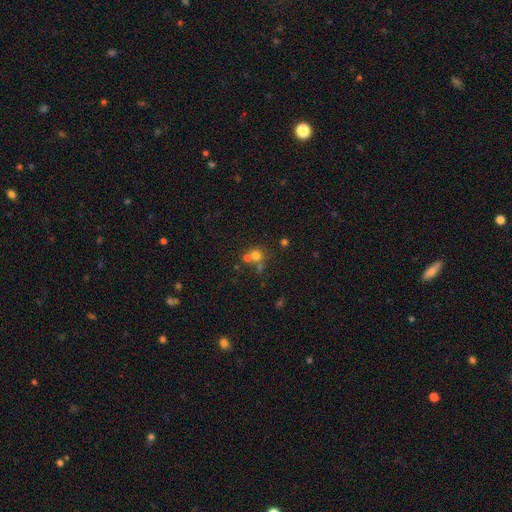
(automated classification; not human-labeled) Q: Smooth or featured?
A: smooth (68%); runner-up: star or artifact (18%)
Q: How rounded?
A: round (86%); runner-up: in between (13%)
Q: Merging?
A: none (46%); runner-up: merger (43%)